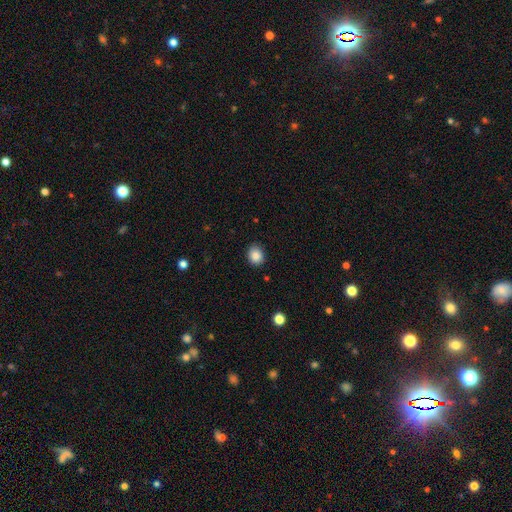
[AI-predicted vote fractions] Q: Smooth or featured?
A: smooth (87%); runner-up: star or artifact (9%)
Q: How rounded?
A: round (65%); runner-up: in between (34%)
Q: Merging?
A: none (88%); runner-up: minor disturbance (9%)